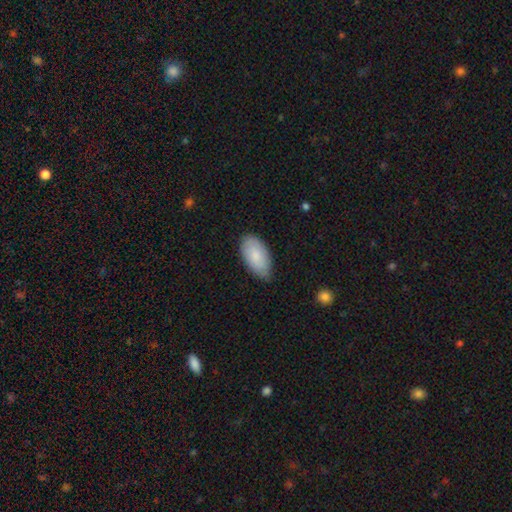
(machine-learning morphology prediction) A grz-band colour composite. It shows a smooth galaxy with no disk features (84%) that is in between round and cigar-shaped (95%). Merging: none (74%).